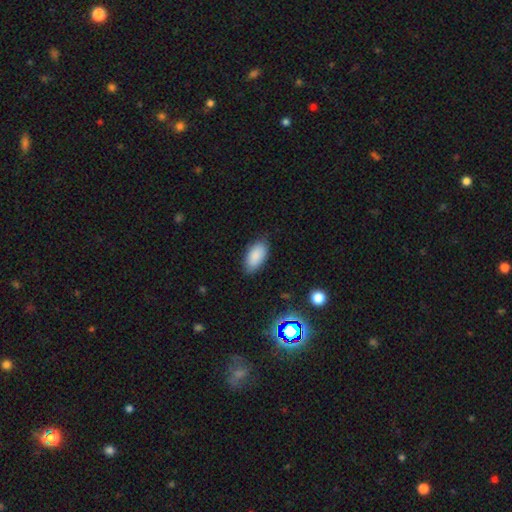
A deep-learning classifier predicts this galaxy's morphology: This is clearly a smooth galaxy (87%). How rounded: clearly in between (94%). Merging: clearly none (83%).